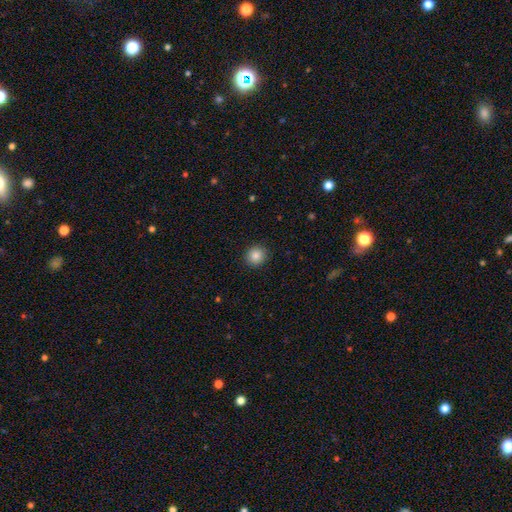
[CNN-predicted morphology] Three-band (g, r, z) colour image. It shows a smooth galaxy with no disk features (86%) that is round (91%). Merging: none (91%).